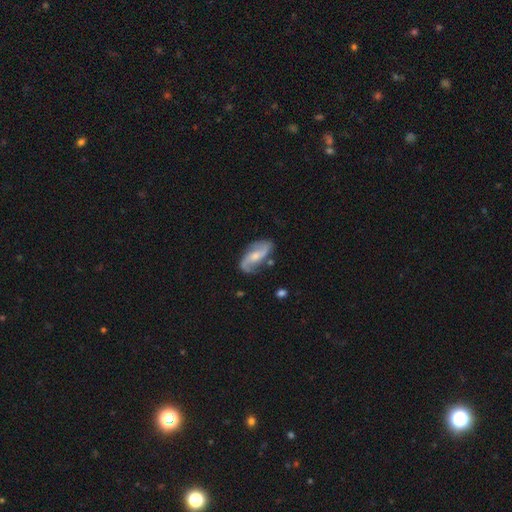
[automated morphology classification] featured or disk 79%, smooth 15%, star or artifact 5%. Down the decision tree: edge-on disk — no (95%); bar — weak (43%); spiral arms — yes (95%); spiral arm count — 2 (91%); spiral winding — loose (56%); bulge size — moderate (47%); merging — none (74%).